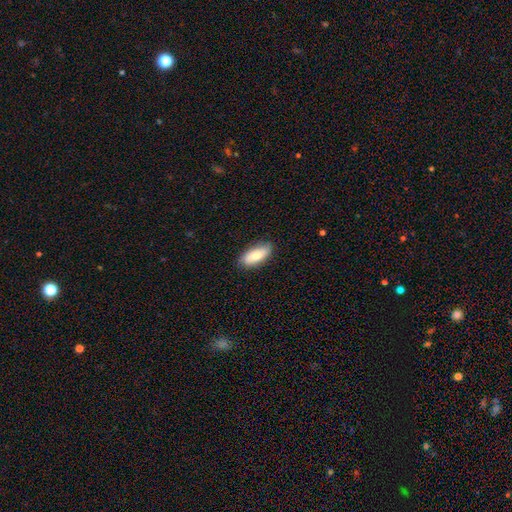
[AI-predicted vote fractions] Smooth or featured? Predicted: smooth (p=0.73). How rounded? Predicted: in between (p=0.83). Merging? Predicted: none (p=0.83).